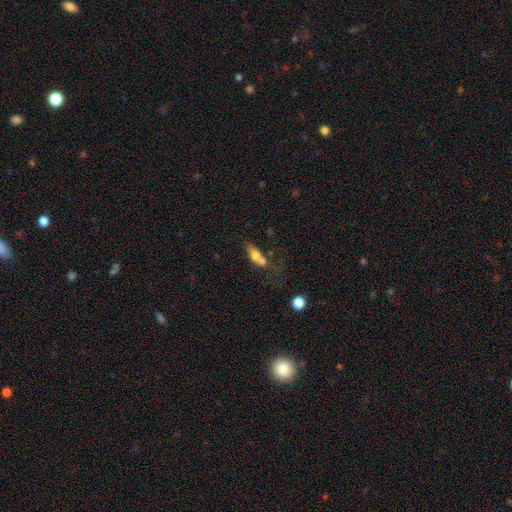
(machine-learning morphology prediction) type=smooth (65%); roundness=in between (65%); merging=merger (50%).